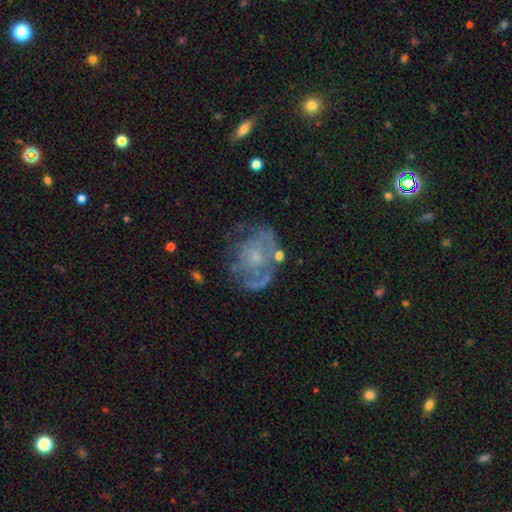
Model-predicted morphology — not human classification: Smooth or featured: featured or disk — 69% (smooth — 21%)
Edge-on disk: no — 97% (yes — 3%)
Bar: no — 80% (weak — 17%)
Spiral arms: yes — 60% (no — 40%)
Bulge size: small — 59% (moderate — 25%)
Merging: none — 53% (minor disturbance — 22%)